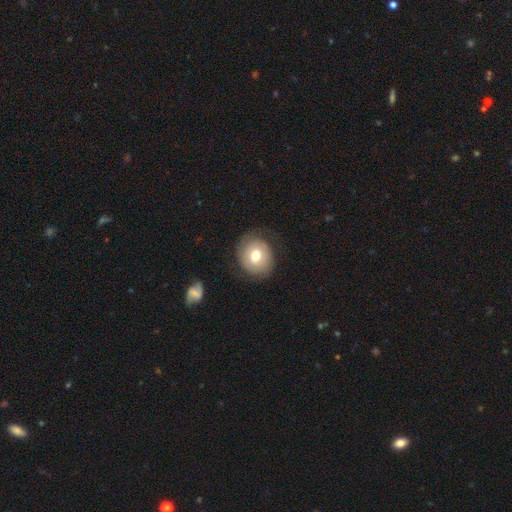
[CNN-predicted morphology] Smooth or featured?
  - smooth: 62% *
  - featured or disk: 30%
  - star or artifact: 8%
How rounded?
  - round: 71% *
  - in between: 28%
  - cigar-shaped: 1%
Merging?
  - none: 75% *
  - minor disturbance: 16%
  - major disturbance: 8%
  - merger: 2%